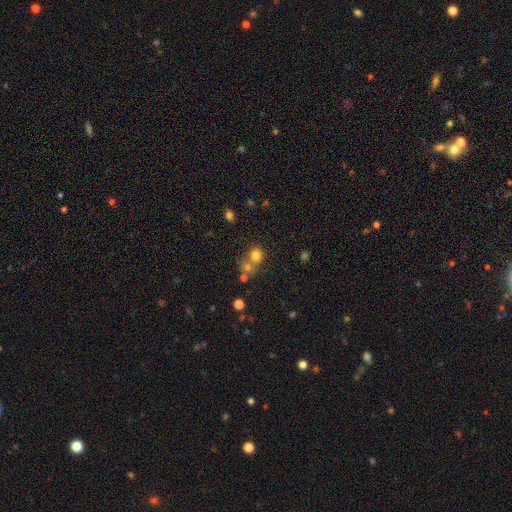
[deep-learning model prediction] A smooth galaxy with no disk features (73%) that is round (75%).

Vote fractions:
- Smooth or featured? smooth: 73% / star or artifact: 16% / featured or disk: 11%
- How rounded? round: 75% / in between: 24% / cigar-shaped: 1%
- Merging? merger: 46% / none: 40% / minor disturbance: 9% / major disturbance: 5%